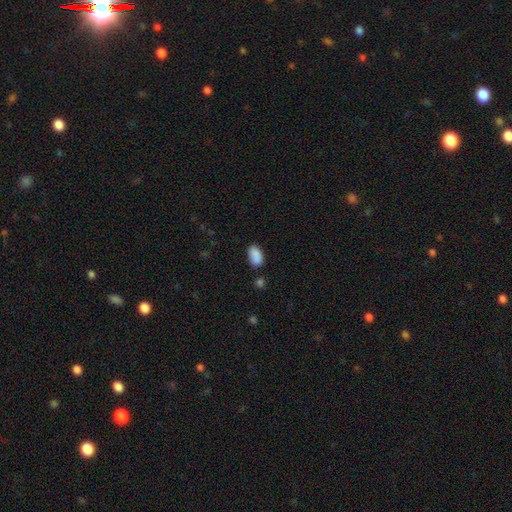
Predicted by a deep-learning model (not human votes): Smooth or featured: smooth — 88% (star or artifact — 8%)
How rounded: in between — 92% (round — 6%)
Merging: none — 74% (minor disturbance — 16%)